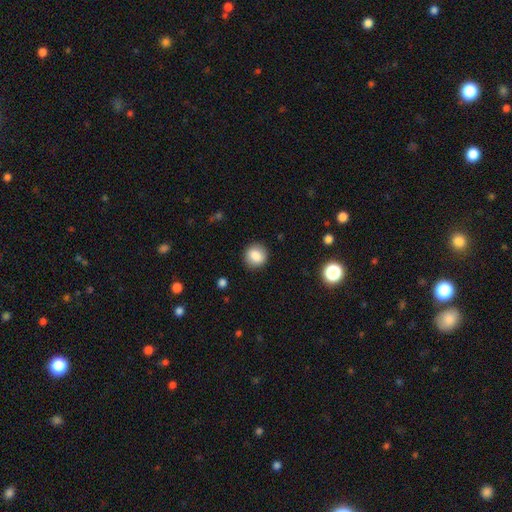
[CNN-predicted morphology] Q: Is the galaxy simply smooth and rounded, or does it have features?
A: smooth — 85%.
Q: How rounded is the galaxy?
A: round — 89%.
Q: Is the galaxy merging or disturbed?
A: none — 90%.